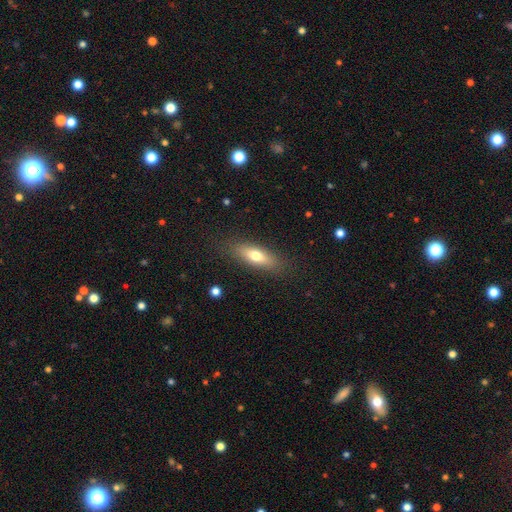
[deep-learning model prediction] This is likely a smooth galaxy (66%). How rounded: possibly in between (56%). Merging: clearly none (85%).